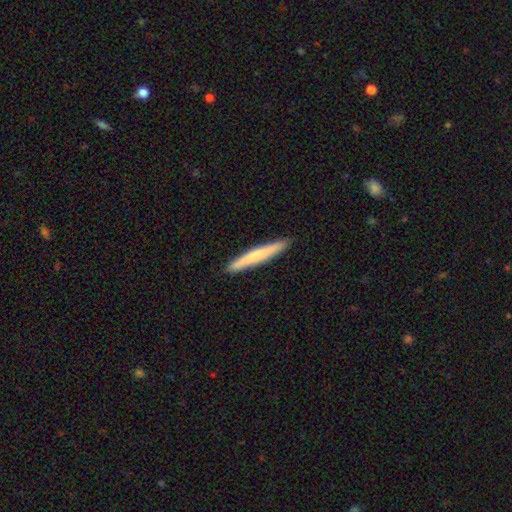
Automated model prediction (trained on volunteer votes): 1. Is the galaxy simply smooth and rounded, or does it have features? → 61% smooth, 34% featured or disk, 5% star or artifact.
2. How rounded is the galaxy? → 96% cigar-shaped, 3% in between, 1% round.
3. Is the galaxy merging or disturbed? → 91% none, 7% minor disturbance, 1% major disturbance, 1% merger.